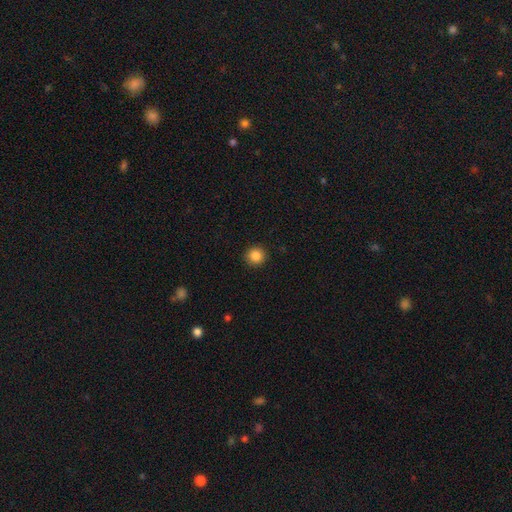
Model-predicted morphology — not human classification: smooth-or-featured: smooth: 86% | star or artifact: 10% | featured or disk: 4%
  how-rounded: round: 94% | in between: 5% | cigar-shaped: 1%
  merging: none: 92% | minor disturbance: 5% | major disturbance: 2% | merger: 1%